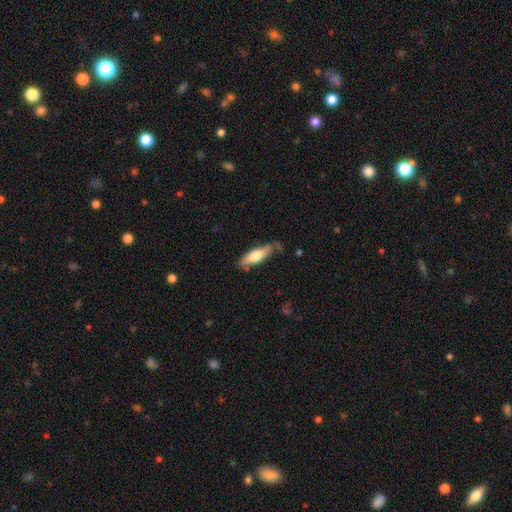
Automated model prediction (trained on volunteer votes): The model was most divided on "how rounded": cigar-shaped: 54%, in between: 44%, round: 2%. More confident: smooth or featured — smooth (67%); merging — none (65%).